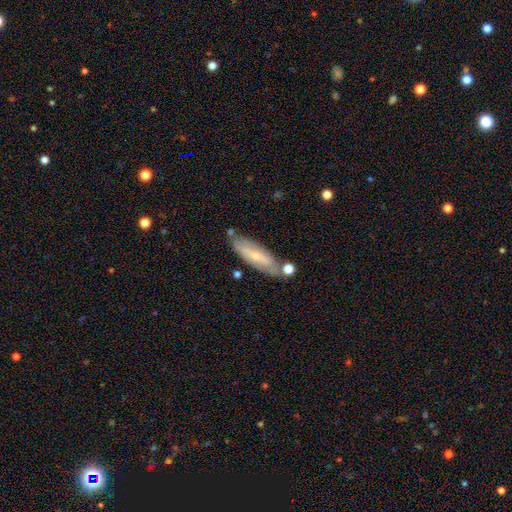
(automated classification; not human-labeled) Morphology: type=featured or disk (53%); edge-on=no (67%); merging=none (71%).